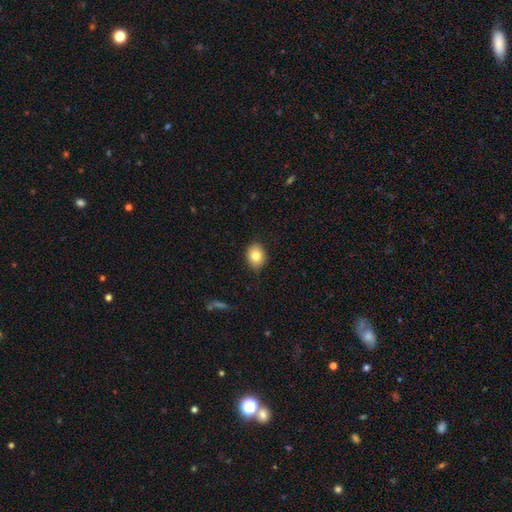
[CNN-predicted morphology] Smooth or featured? Predicted: smooth (p=0.82). How rounded? Predicted: in between (p=0.54). Merging? Predicted: none (p=0.86).